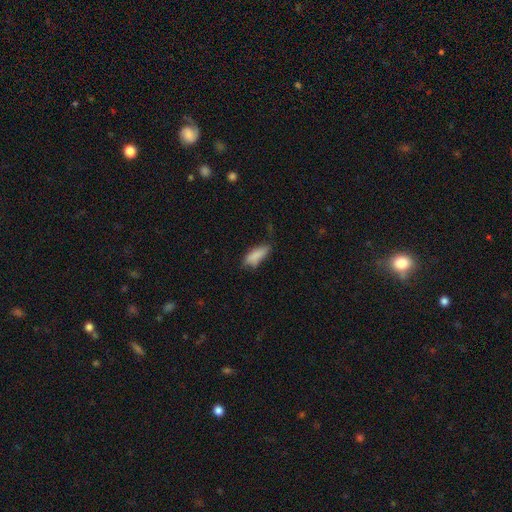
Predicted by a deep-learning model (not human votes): A smooth galaxy with no disk features (85%) that is in between round and cigar-shaped (68%). Merging: none (57%).